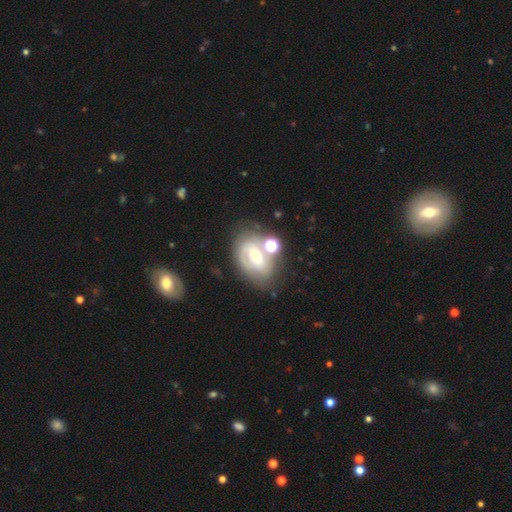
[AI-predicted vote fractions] Morphology: type=featured or disk (62%); edge-on=no (94%); bar=no (48%); spiral arms=yes (57%); bulge=small (56%); merging=none (55%).